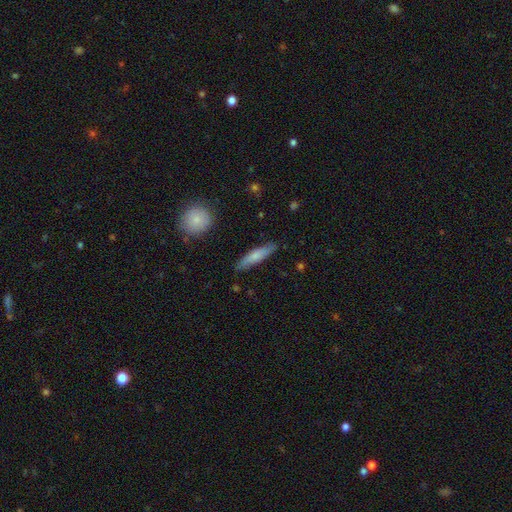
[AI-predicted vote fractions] Overall: smooth (67%; featured or disk 28%). How rounded: cigar-shaped (80%). Merging: none (84%).